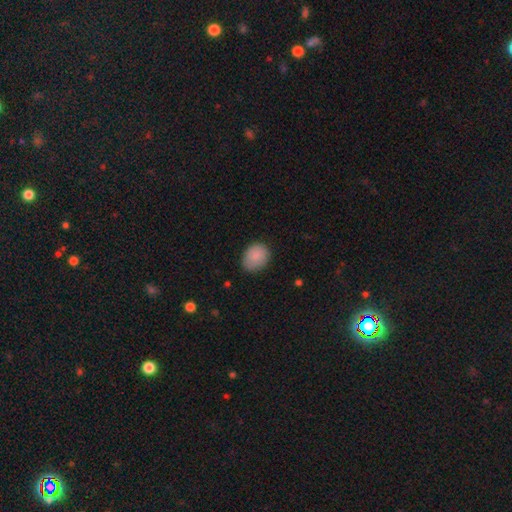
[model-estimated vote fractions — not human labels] Smooth or featured? Predicted: smooth (p=0.88). How rounded? Predicted: in between (p=0.51). Merging? Predicted: none (p=0.76).